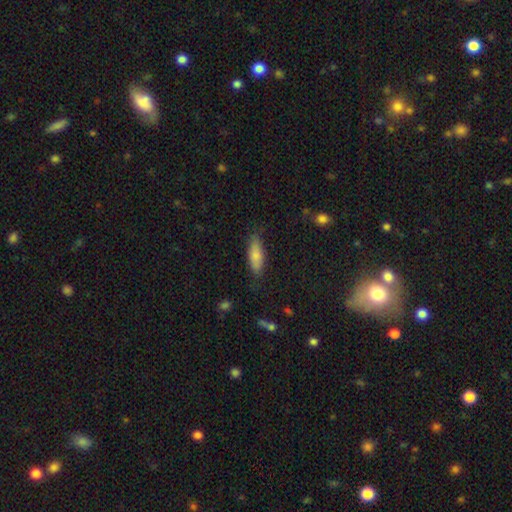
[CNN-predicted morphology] Overall: smooth (78%). How rounded: in between (58%; cigar-shaped 40%). Merging: none (77%).